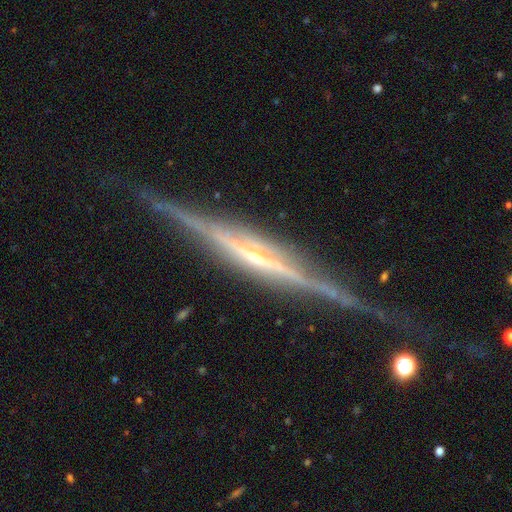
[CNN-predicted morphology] smooth_or_featured: featured or disk (p=0.90) [alt: star or artifact p=0.05]
disk_edge_on: yes (p=0.98) [alt: no p=0.02]
edge_on_bulge: rounded (p=0.62) [alt: none p=0.20]
merging: none (p=0.83) [alt: minor disturbance p=0.12]